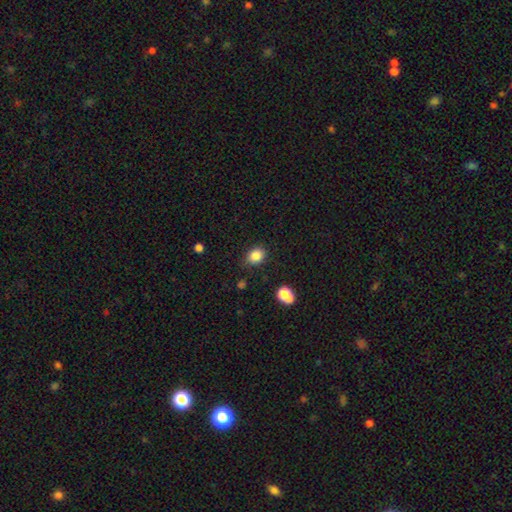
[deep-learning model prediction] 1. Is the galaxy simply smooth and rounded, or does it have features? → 85% smooth, 10% star or artifact, 5% featured or disk.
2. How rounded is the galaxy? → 52% round, 47% in between, 1% cigar-shaped.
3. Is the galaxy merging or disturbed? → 78% none, 16% minor disturbance, 4% major disturbance, 3% merger.